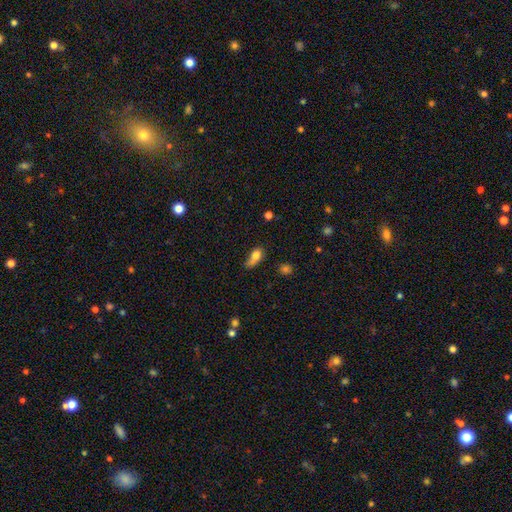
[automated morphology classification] smooth-or-featured: smooth: 75% | featured or disk: 14% | star or artifact: 11%
  how-rounded: in between: 67% | round: 23% | cigar-shaped: 9%
  merging: none: 31% | minor disturbance: 27% | merger: 21% | major disturbance: 21%